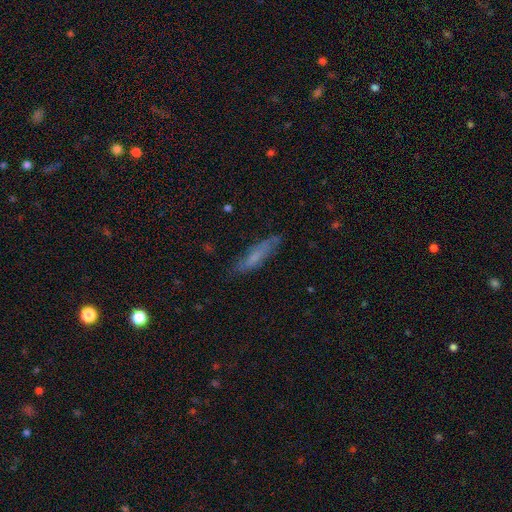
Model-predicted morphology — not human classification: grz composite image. It shows a smooth galaxy with no disk features (57%) that is cigar-shaped (75%). Merging: none (76%).